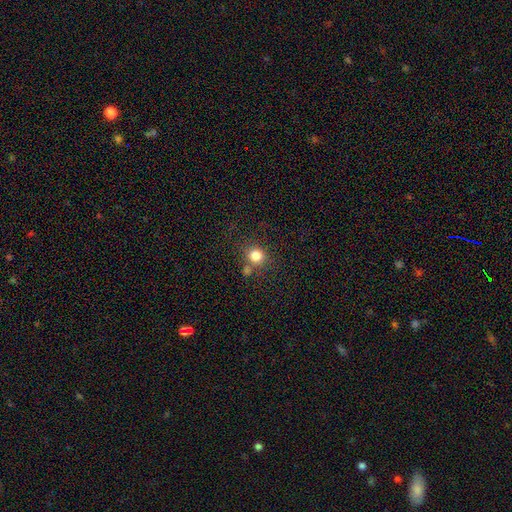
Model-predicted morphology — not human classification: smooth 81%, star or artifact 13%, featured or disk 7%. Down the decision tree: how rounded — round (86%); merging — none (66%).